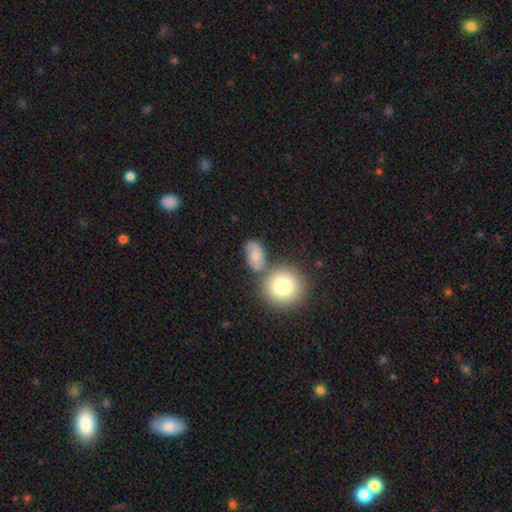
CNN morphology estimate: smooth 56%, featured or disk 33%, star or artifact 11%. Down the decision tree: how rounded — in between (62%); merging — none (51%).